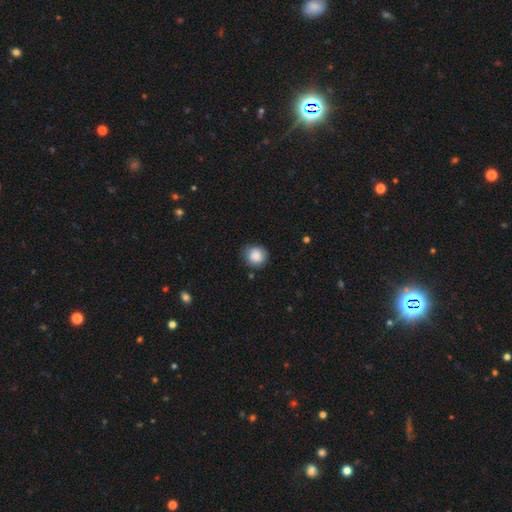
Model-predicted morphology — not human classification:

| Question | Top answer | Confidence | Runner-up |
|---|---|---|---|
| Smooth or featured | smooth | 86% | star or artifact (8%) |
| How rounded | round | 89% | in between (10%) |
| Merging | none | 79% | minor disturbance (16%) |